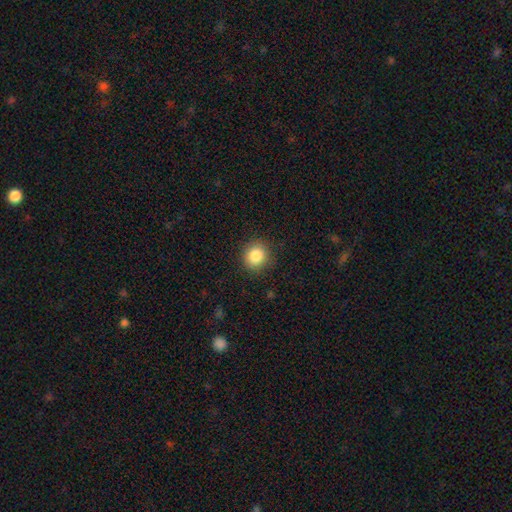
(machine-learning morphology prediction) Overall: smooth (86%). How rounded: round (85%). Merging: none (88%).